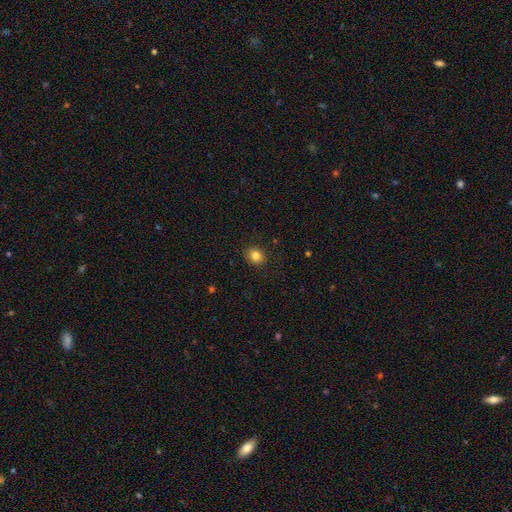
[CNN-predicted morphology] Smooth or featured? smooth (82%)
How rounded? round (63%)
Merging? none (90%)